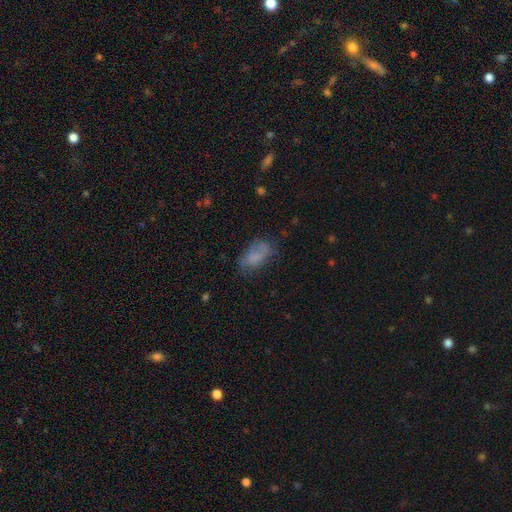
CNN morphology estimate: Smooth or featured? Predicted: smooth (p=0.63). How rounded? Predicted: in between (p=0.89). Merging? Predicted: none (p=0.49).